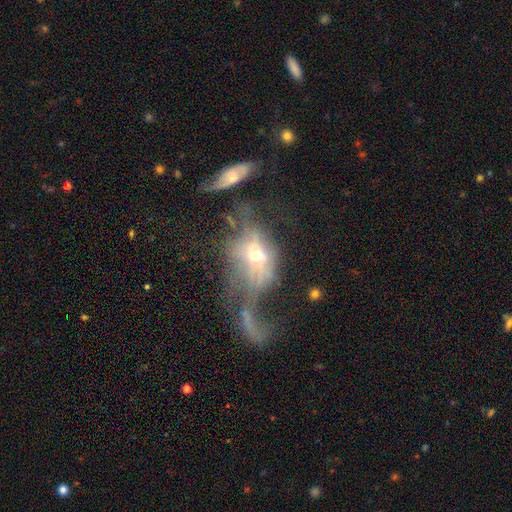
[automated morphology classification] smooth_or_featured: featured or disk (p=0.54) [alt: smooth p=0.32]
disk_edge_on: no (p=0.83) [alt: yes p=0.17]
merging: major disturbance (p=0.50) [alt: merger p=0.25]